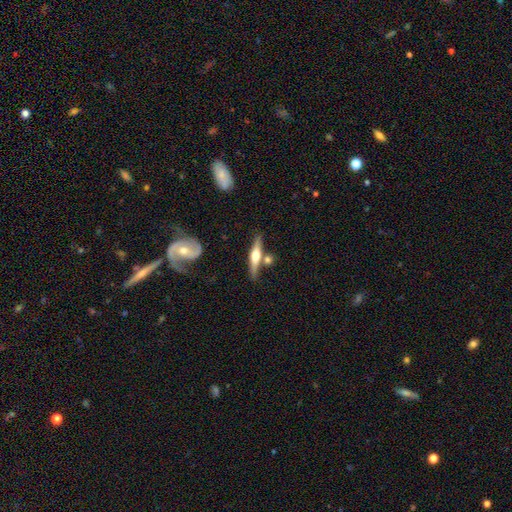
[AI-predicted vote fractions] A featured or disk galaxy (67%) viewed edge-on (95%) with a rounded central bulge (93%). Merging: none (71%).